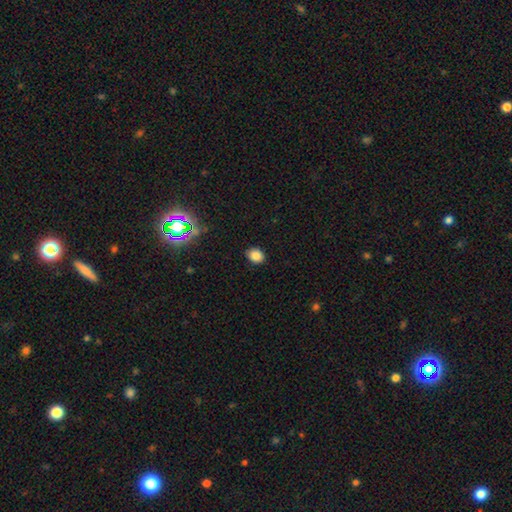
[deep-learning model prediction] Morphology: type=smooth (83%); roundness=in between (53%); merging=none (87%).